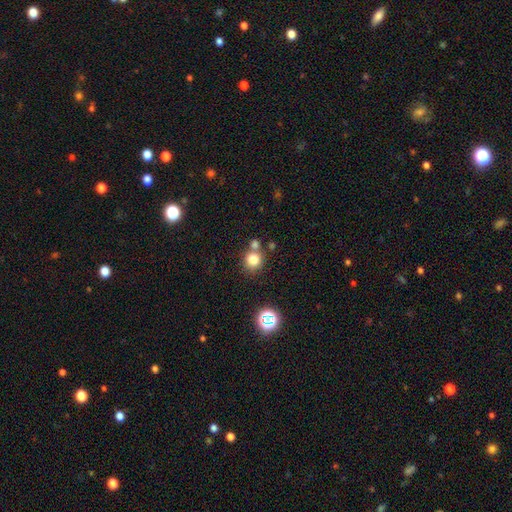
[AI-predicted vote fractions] smooth 72%, star or artifact 20%, featured or disk 8%. Down the decision tree: how rounded — round (90%); merging — none (73%).